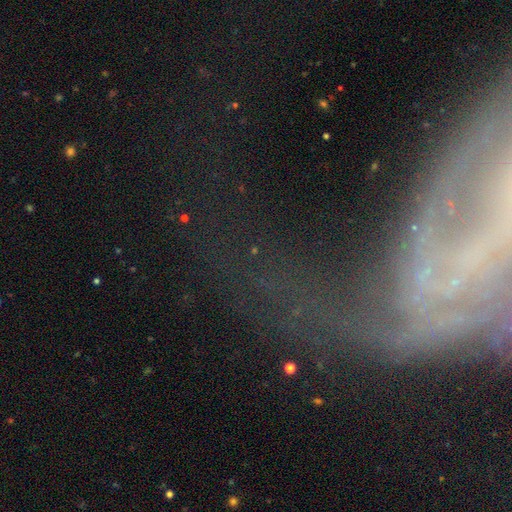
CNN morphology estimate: A featured or disk galaxy (64%) with no bar (46%), spiral arms (76%) and a small central bulge (55%).

Vote fractions:
- Smooth or featured? featured or disk: 64% / star or artifact: 21% / smooth: 15%
- Edge-on disk? no: 88% / yes: 12%
- Bar? no: 46% / weak: 28% / strong: 26%
- Spiral arms? yes: 76% / no: 24%
- Bulge size? small: 55% / moderate: 20% / none: 17% / large: 5% / dominant: 4%
- Merging? none: 49% / major disturbance: 25% / minor disturbance: 17% / merger: 8%